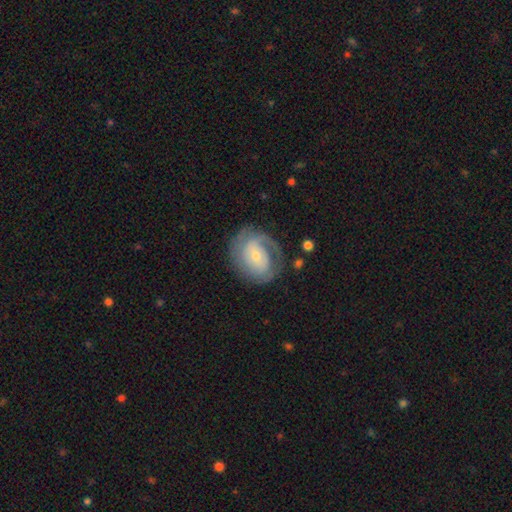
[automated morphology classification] type=featured or disk (74%); edge-on=no (97%); bar=no (62%); spiral arms=yes (87%); winding=tight (58%); arm count=2 (42%); bulge=small (65%); merging=none (67%).